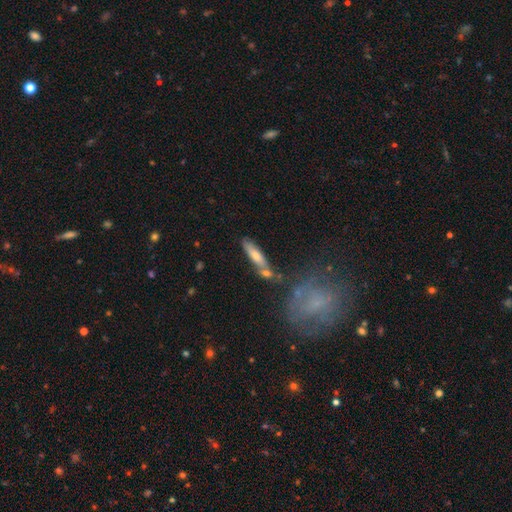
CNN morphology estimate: This is possibly a featured or disk galaxy (47%). Merging: likely none (66%).